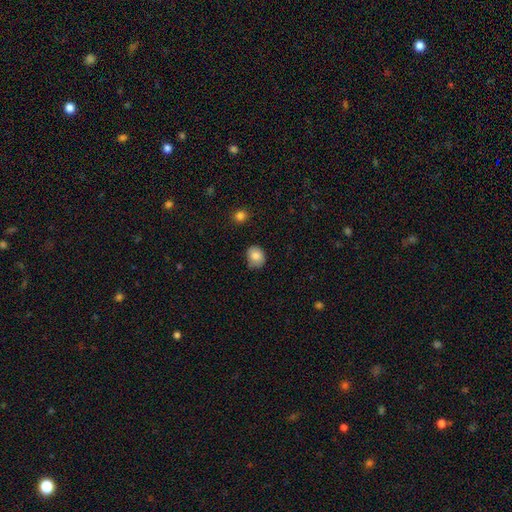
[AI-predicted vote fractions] Smooth or featured? Predicted: smooth (p=0.84). How rounded? Predicted: round (p=0.55). Merging? Predicted: none (p=0.68).